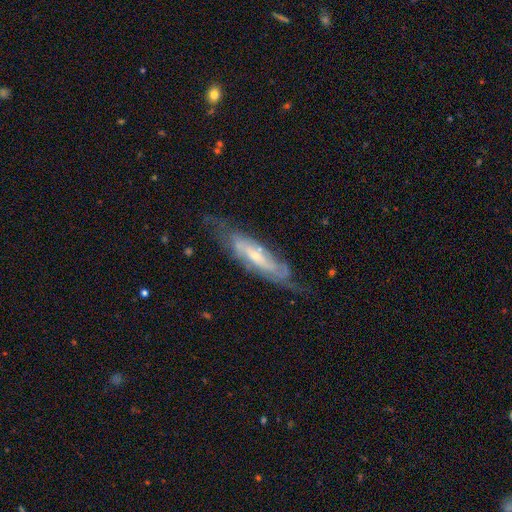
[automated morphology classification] A featured or disk galaxy (77%) with no bar (45%), spiral arms (86%) and a small central bulge (65%).

Vote fractions:
- Smooth or featured? featured or disk: 77% / smooth: 17% / star or artifact: 6%
- Edge-on disk? no: 70% / yes: 30%
- Bar? no: 45% / weak: 35% / strong: 21%
- Spiral arms? yes: 86% / no: 14%
- Bulge size? small: 65% / moderate: 29% / none: 3% / large: 2% / dominant: 1%
- Merging? none: 63% / minor disturbance: 24% / major disturbance: 11% / merger: 2%